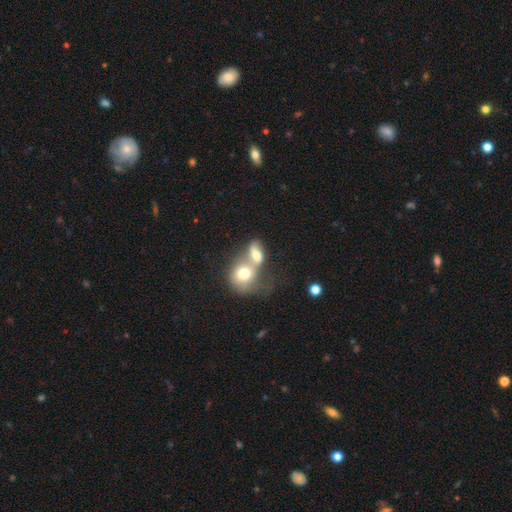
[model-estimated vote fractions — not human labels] Smooth or featured: smooth — 66% (featured or disk — 25%)
How rounded: in between — 60% (round — 37%)
Merging: merger — 77% (none — 11%)